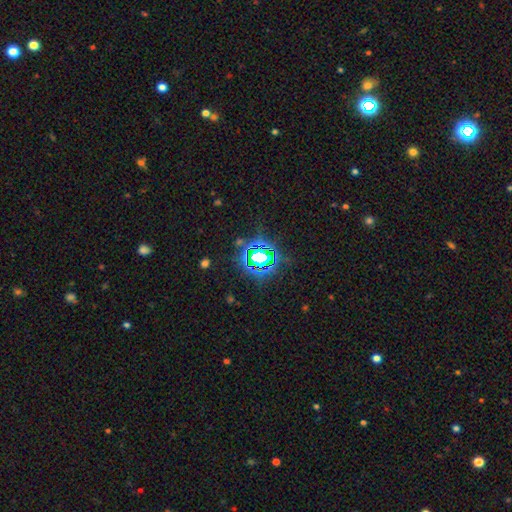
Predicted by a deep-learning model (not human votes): star or artifact 74%, smooth 16%, featured or disk 10%.